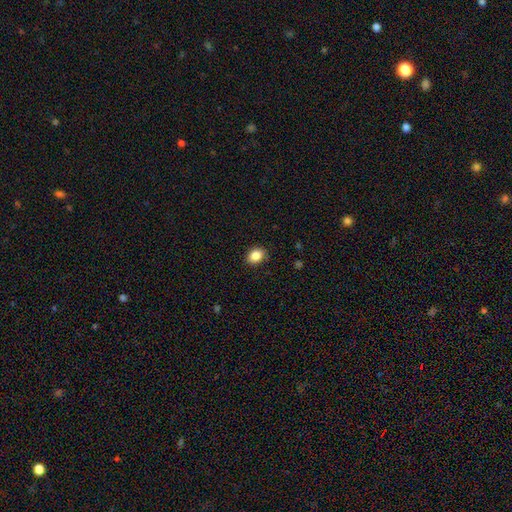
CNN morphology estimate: Smooth or featured? Predicted: smooth (p=0.86). How rounded? Predicted: in between (p=0.58). Merging? Predicted: none (p=0.87).